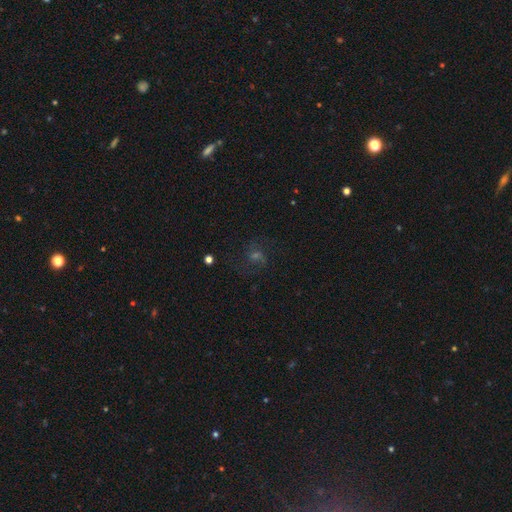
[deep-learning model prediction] The model was most divided on "smooth or featured": featured or disk: 41%, star or artifact: 34%, smooth: 25%. More confident: merging — none (74%).